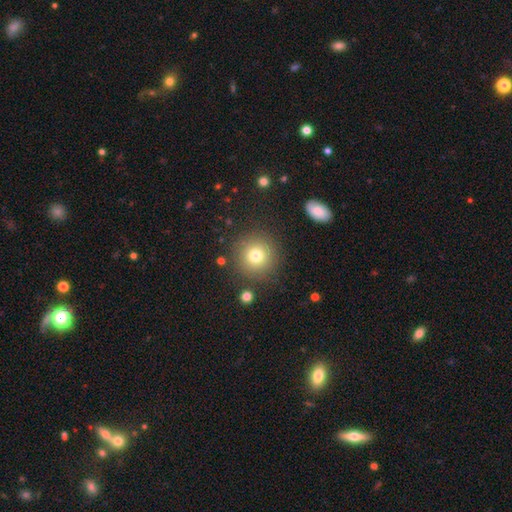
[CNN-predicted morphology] Smooth or featured? Predicted: smooth (p=0.76). How rounded? Predicted: round (p=0.95). Merging? Predicted: none (p=0.86).